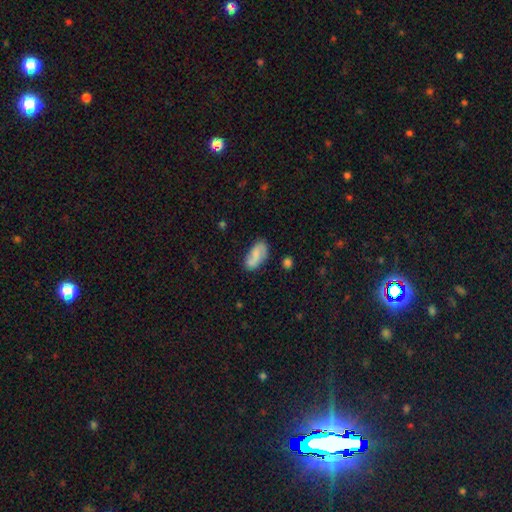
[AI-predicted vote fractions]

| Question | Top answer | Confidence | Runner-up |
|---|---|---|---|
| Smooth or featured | smooth | 62% | featured or disk (30%) |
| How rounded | in between | 91% | cigar-shaped (5%) |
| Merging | none | 64% | minor disturbance (23%) |